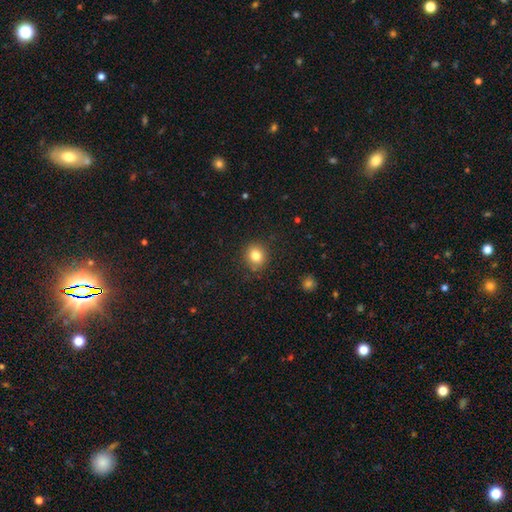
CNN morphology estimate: The model was most divided on "how rounded": round: 79%, in between: 20%, cigar-shaped: 1%. More confident: merging — none (86%); smooth or featured — smooth (82%).